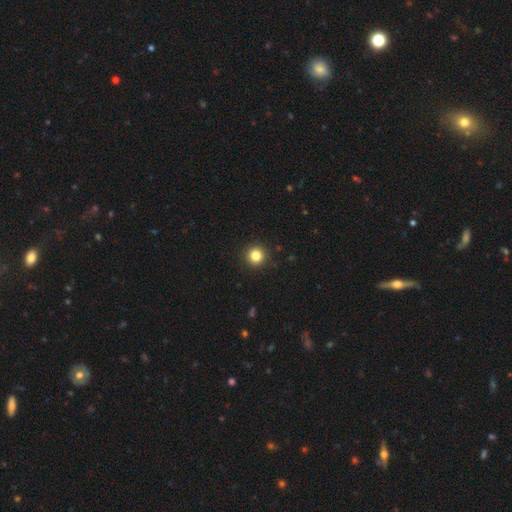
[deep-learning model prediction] A smooth galaxy with no disk features (83%) that is round (96%). Merging: none (93%).